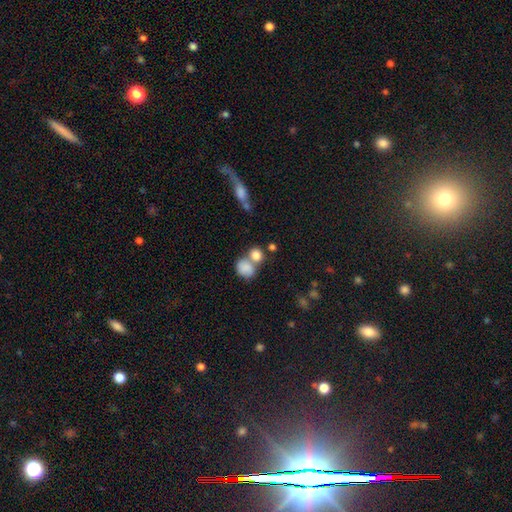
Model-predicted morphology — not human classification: This appears to be a smooth galaxy with no disk features (82%) that is round (68%). Merging: merger (49%).